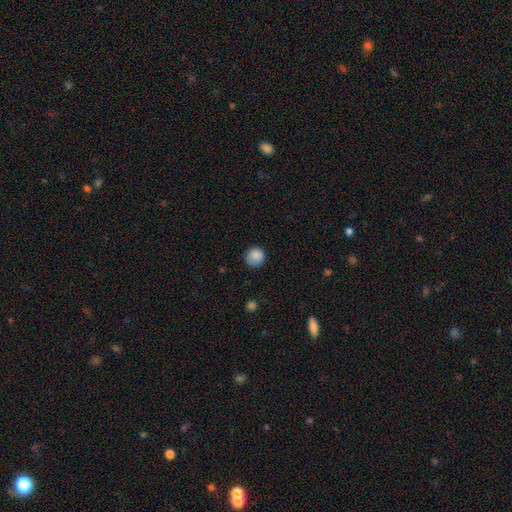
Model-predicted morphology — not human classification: Q: Smooth or featured?
A: smooth (87%); runner-up: star or artifact (9%)
Q: How rounded?
A: round (92%); runner-up: in between (7%)
Q: Merging?
A: none (83%); runner-up: minor disturbance (13%)